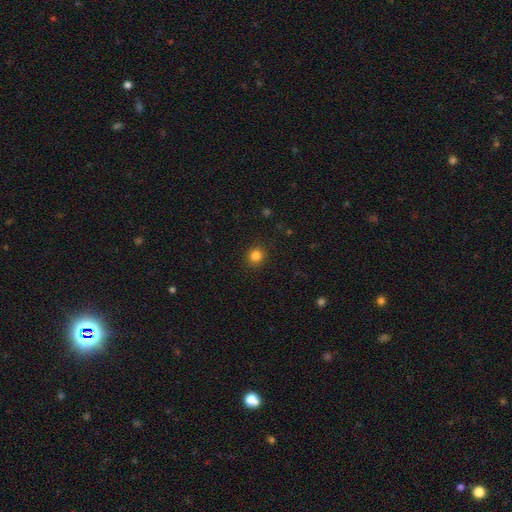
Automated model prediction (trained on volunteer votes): Smooth or featured? Predicted: smooth (p=0.84). How rounded? Predicted: round (p=0.87). Merging? Predicted: none (p=0.91).